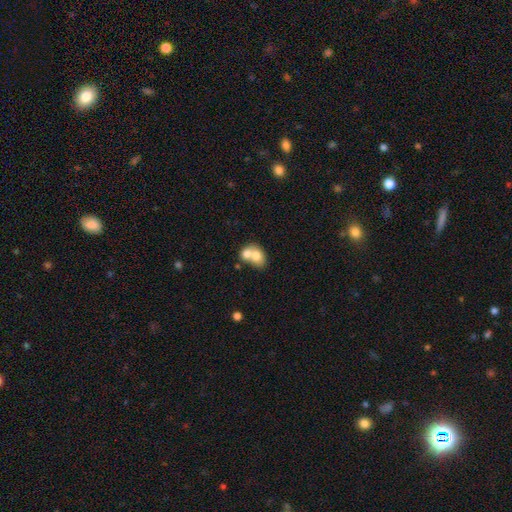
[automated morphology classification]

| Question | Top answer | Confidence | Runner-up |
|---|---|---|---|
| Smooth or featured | smooth | 71% | featured or disk (21%) |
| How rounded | in between | 57% | round (42%) |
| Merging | merger | 69% | none (22%) |